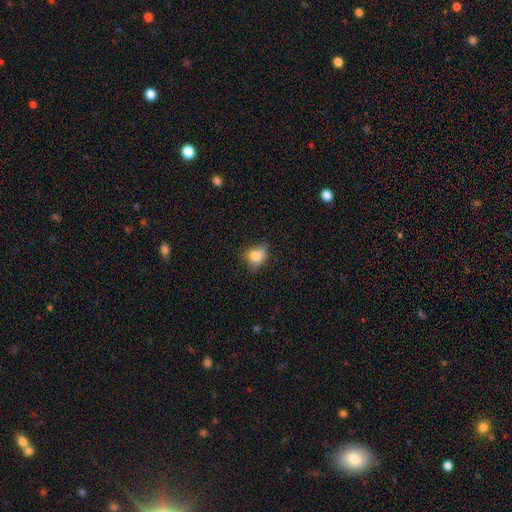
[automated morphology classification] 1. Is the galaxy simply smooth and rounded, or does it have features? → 78% smooth, 11% featured or disk, 10% star or artifact.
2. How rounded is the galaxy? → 57% in between, 42% round, 2% cigar-shaped.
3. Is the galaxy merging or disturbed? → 42% none, 39% minor disturbance, 16% major disturbance, 3% merger.